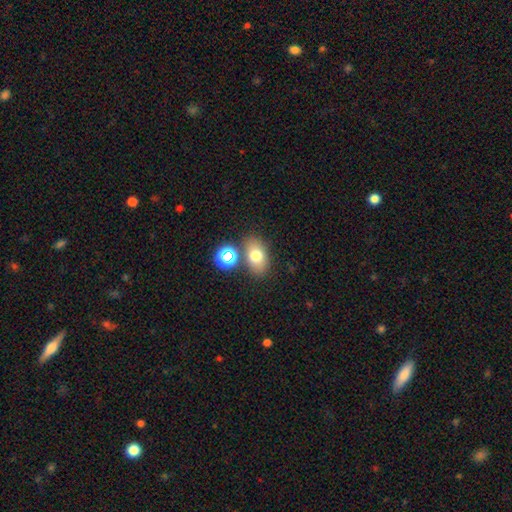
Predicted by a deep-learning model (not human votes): The model was most divided on "smooth or featured": smooth: 73%, featured or disk: 14%, star or artifact: 13%. More confident: how rounded — in between (79%); merging — none (74%).